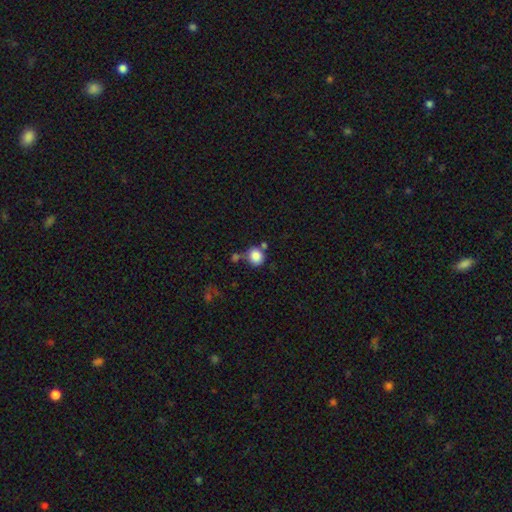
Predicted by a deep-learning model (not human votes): smooth_or_featured: smooth (p=0.84) [alt: star or artifact p=0.10]
how_rounded: round (p=0.82) [alt: in between p=0.17]
merging: none (p=0.62) [alt: merger p=0.19]